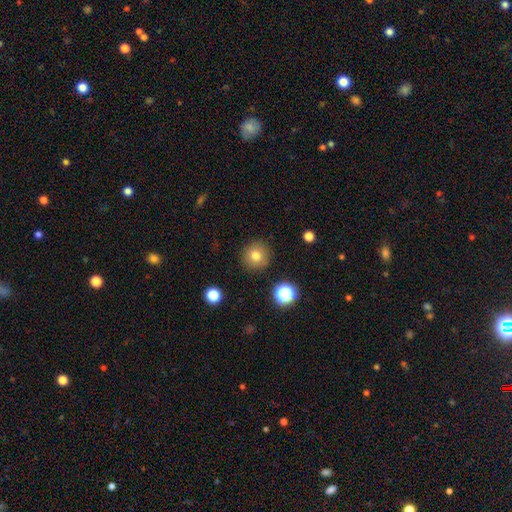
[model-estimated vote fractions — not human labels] Morphology: type=smooth (78%); roundness=round (95%); merging=none (90%).